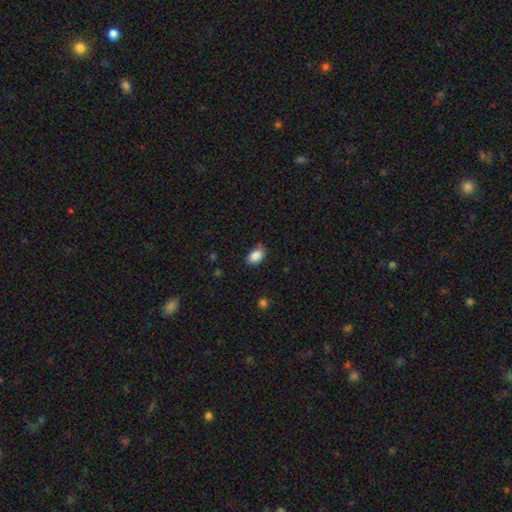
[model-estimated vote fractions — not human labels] This is clearly a smooth galaxy (88%). How rounded: clearly in between (89%). Merging: clearly none (81%).